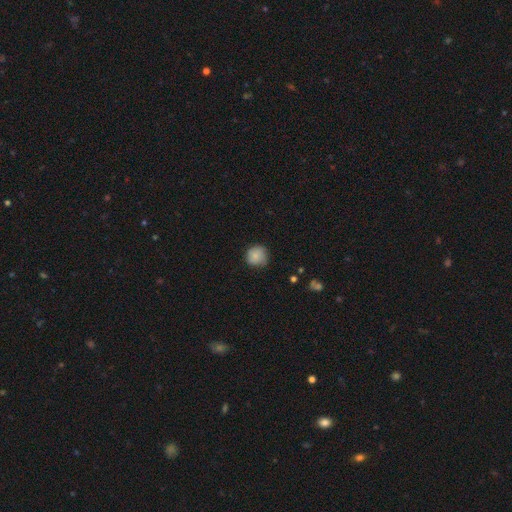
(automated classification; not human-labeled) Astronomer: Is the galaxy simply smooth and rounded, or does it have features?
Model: smooth — 83%.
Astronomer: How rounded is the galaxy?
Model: round — 90%.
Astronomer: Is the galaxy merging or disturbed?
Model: none — 72%.